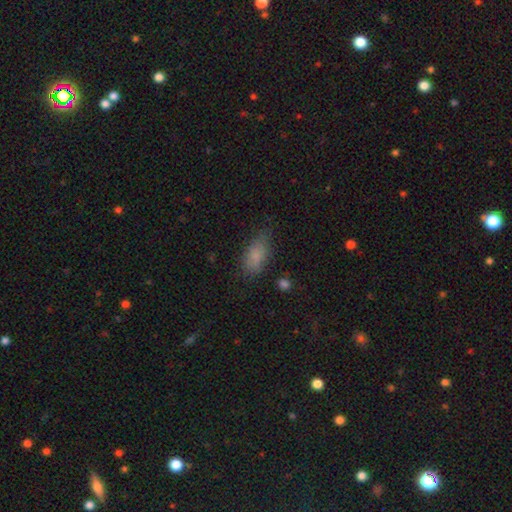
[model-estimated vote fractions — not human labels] Morphology: type=smooth (82%); roundness=in between (85%); merging=none (66%).